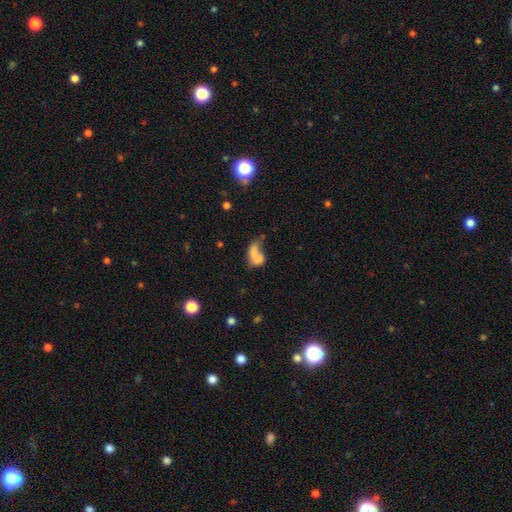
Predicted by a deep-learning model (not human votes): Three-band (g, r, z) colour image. It shows a smooth galaxy with no disk features (64%) that is in between round and cigar-shaped (76%). Merging: merger (49%).